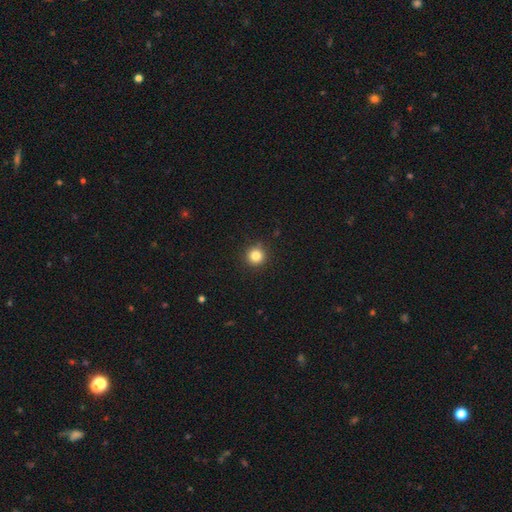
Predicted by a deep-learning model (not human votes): smooth 83%, star or artifact 12%, featured or disk 5%. Down the decision tree: how rounded — round (95%); merging — none (91%).